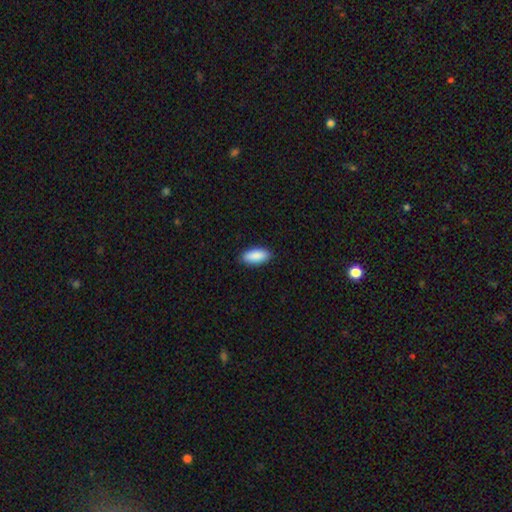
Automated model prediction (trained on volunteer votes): smooth-or-featured: smooth: 90% | star or artifact: 6% | featured or disk: 4%
  how-rounded: in between: 87% | cigar-shaped: 11% | round: 2%
  merging: none: 89% | minor disturbance: 8% | major disturbance: 2% | merger: 1%